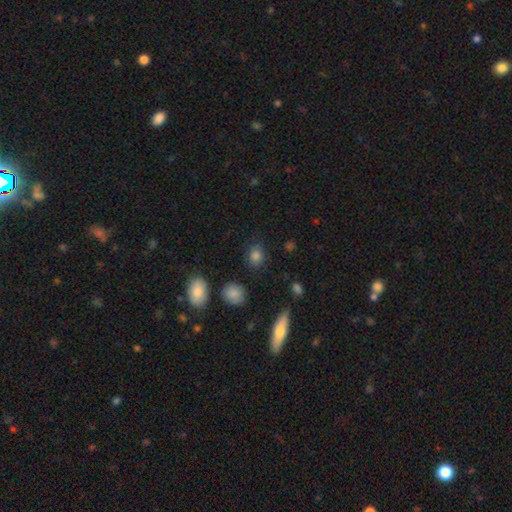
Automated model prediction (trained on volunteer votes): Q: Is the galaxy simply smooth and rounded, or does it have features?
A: smooth — 82%.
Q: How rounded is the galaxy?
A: round — 57%.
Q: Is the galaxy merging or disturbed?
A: none — 84%.